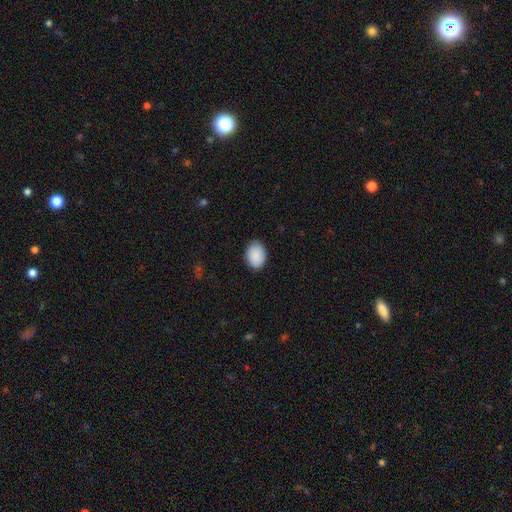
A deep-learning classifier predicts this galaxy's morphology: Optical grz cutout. It shows a smooth galaxy with no disk features (90%) that is in between round and cigar-shaped (71%). Merging: none (86%).